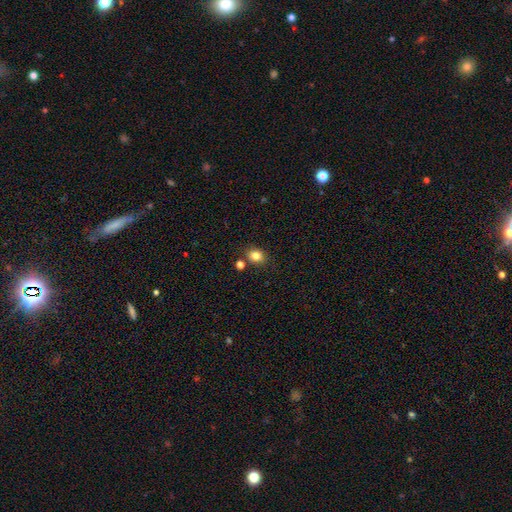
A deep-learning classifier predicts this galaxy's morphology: Smooth or featured: smooth — 82% (star or artifact — 12%)
How rounded: round — 63% (in between — 36%)
Merging: none — 80% (minor disturbance — 10%)